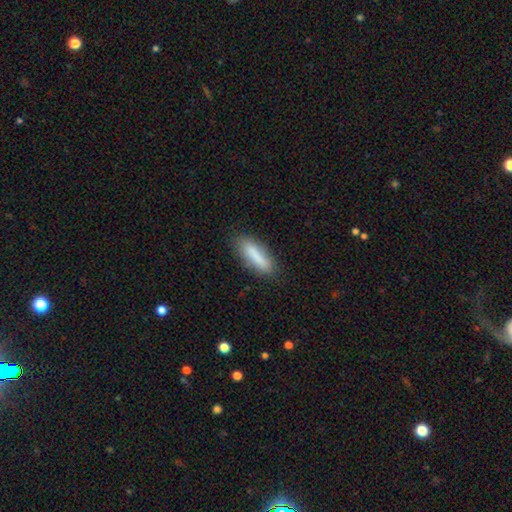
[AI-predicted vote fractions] A smooth galaxy with no disk features (81%) that is cigar-shaped (56%). Merging: none (79%).